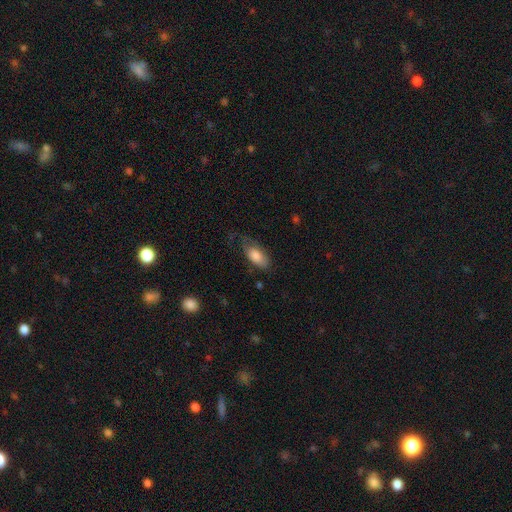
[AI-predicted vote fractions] Overall: smooth (79%). How rounded: in between (90%). Merging: none (51%; minor disturbance 30%).